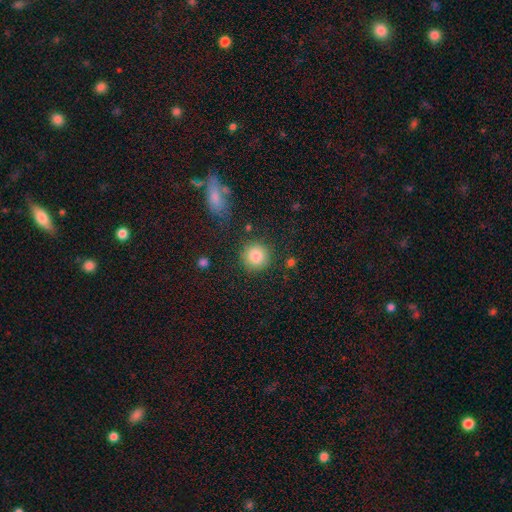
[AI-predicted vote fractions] Overall: smooth (85%). How rounded: round (94%). Merging: none (86%).